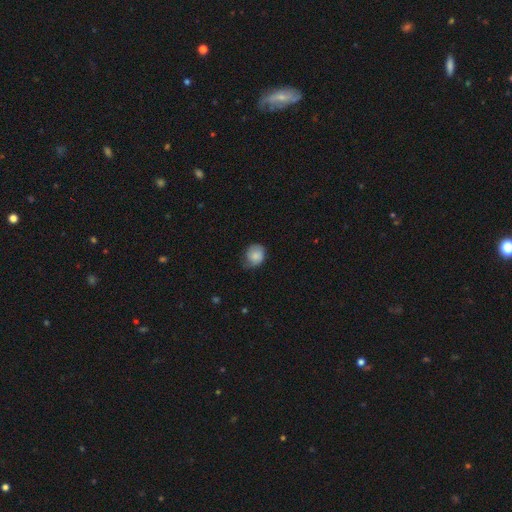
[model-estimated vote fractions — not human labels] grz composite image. It shows a smooth galaxy with no disk features (75%) that is round (64%). Merging: none (54%).